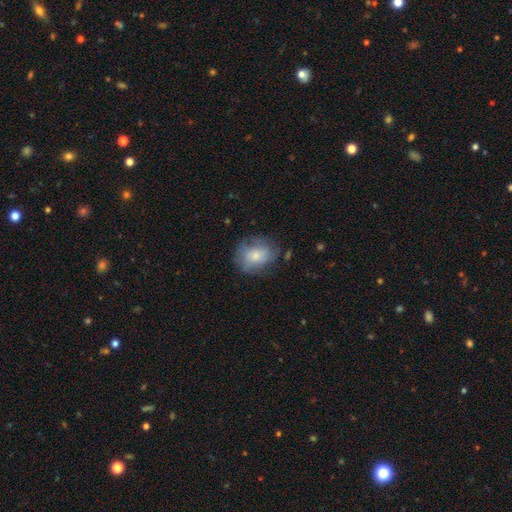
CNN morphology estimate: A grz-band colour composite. It shows a smooth galaxy with no disk features (71%) that is in between round and cigar-shaped (51%). Merging: none (62%).